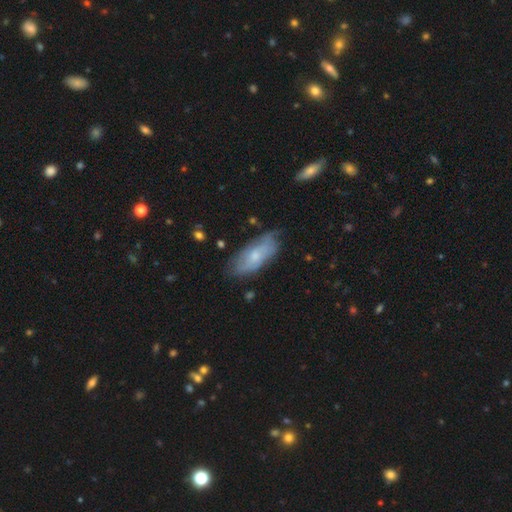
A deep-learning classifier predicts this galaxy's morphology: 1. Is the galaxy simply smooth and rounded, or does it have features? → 52% smooth, 41% featured or disk, 7% star or artifact.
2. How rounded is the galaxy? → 82% in between, 15% cigar-shaped, 2% round.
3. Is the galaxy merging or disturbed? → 65% none, 26% minor disturbance, 7% major disturbance, 2% merger.